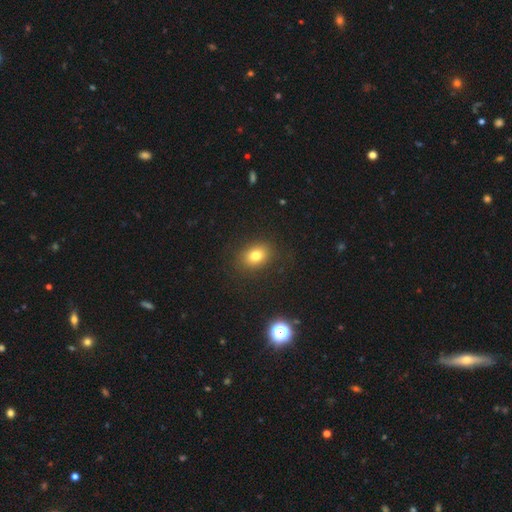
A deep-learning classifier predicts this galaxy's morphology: This appears to be a smooth galaxy with no disk features (77%) that is in between round and cigar-shaped (59%). Merging: none (85%).